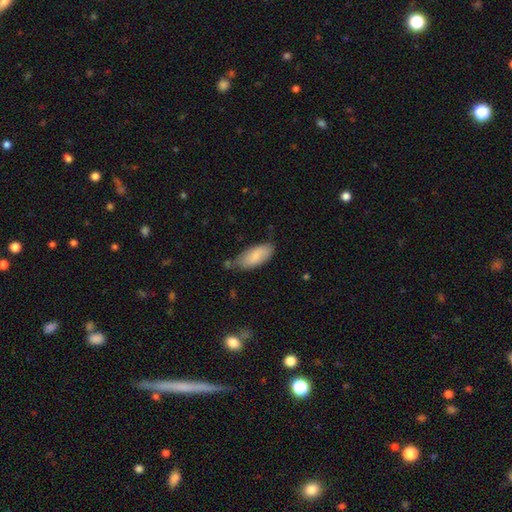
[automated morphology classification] Overall: smooth (83%). How rounded: in between (86%). Merging: none (60%; minor disturbance 29%).